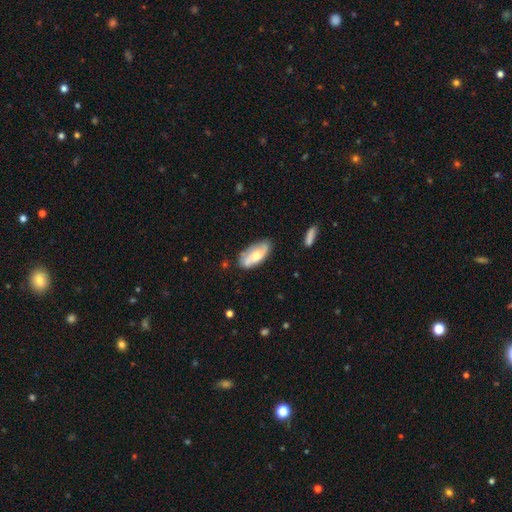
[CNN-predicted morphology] A smooth galaxy with no disk features (48%).

Vote fractions:
- Smooth or featured? smooth: 48% / featured or disk: 46% / star or artifact: 6%
- Merging? none: 68% / minor disturbance: 23% / major disturbance: 6% / merger: 4%